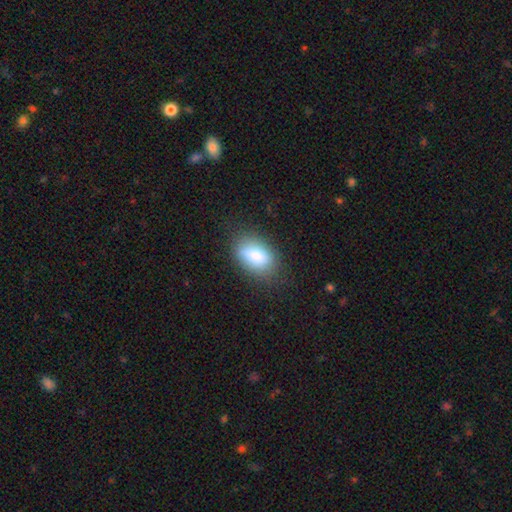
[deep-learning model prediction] Smooth or featured? Predicted: smooth (p=0.82). How rounded? Predicted: in between (p=0.87). Merging? Predicted: none (p=0.76).